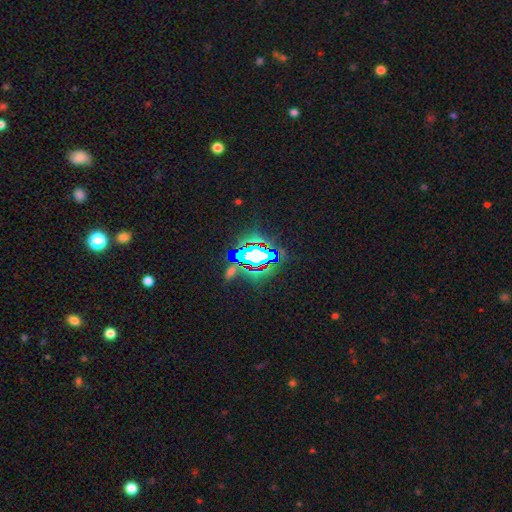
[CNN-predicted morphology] Overall: star or artifact (67%).